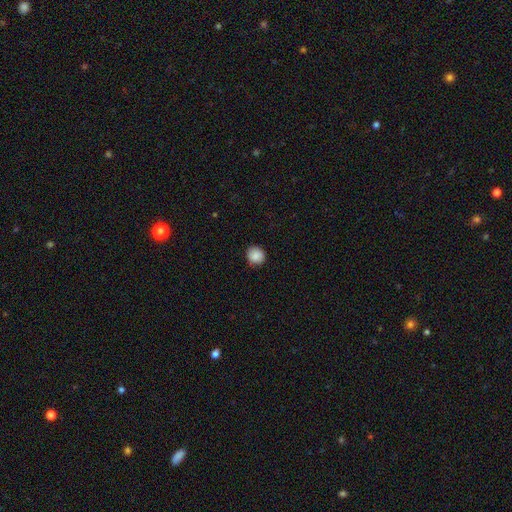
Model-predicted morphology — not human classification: smooth 87%, star or artifact 9%, featured or disk 4%. Down the decision tree: how rounded — round (90%); merging — none (89%).